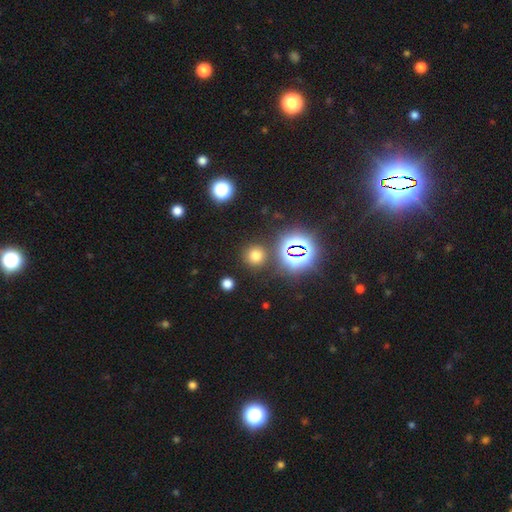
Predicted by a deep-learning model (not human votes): A smooth galaxy with no disk features (68%) that is round (92%).

Vote fractions:
- Smooth or featured? smooth: 68% / star or artifact: 26% / featured or disk: 6%
- How rounded? round: 92% / in between: 7% / cigar-shaped: 1%
- Merging? none: 86% / minor disturbance: 7% / merger: 4% / major disturbance: 3%